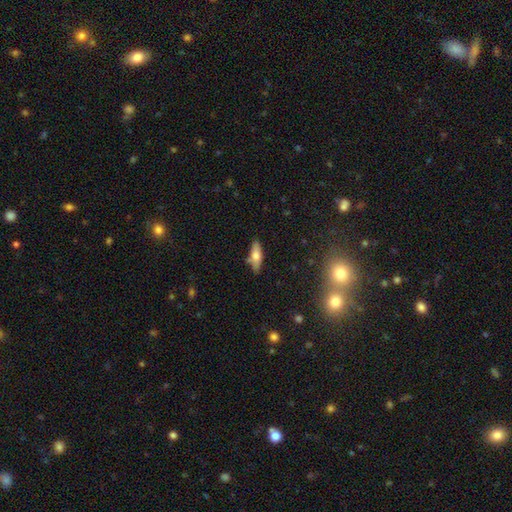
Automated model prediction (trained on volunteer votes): A smooth galaxy with no disk features (63%) that is in between round and cigar-shaped (56%).

Vote fractions:
- Smooth or featured? smooth: 63% / featured or disk: 29% / star or artifact: 8%
- How rounded? in between: 56% / cigar-shaped: 41% / round: 3%
- Merging? none: 73% / minor disturbance: 18% / merger: 5% / major disturbance: 4%